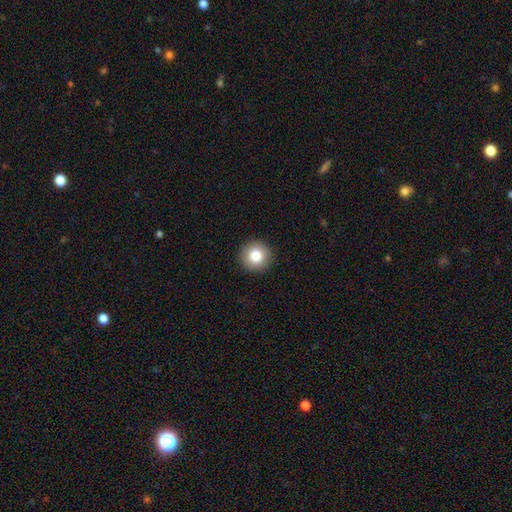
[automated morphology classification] A smooth galaxy with no disk features (82%) that is round (95%).

Vote fractions:
- Smooth or featured? smooth: 82% / star or artifact: 10% / featured or disk: 8%
- How rounded? round: 95% / in between: 4% / cigar-shaped: 1%
- Merging? none: 93% / minor disturbance: 5% / major disturbance: 2% / merger: 1%